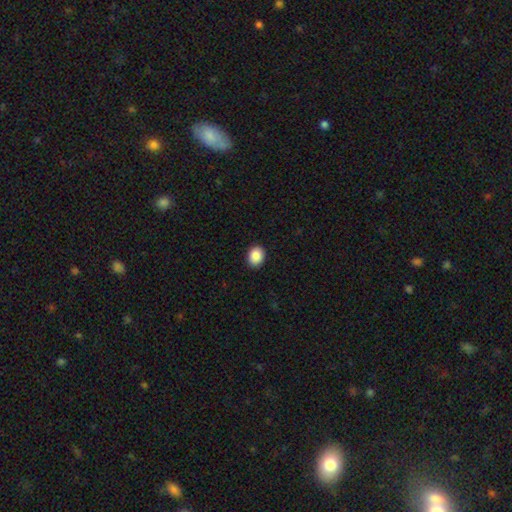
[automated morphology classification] smooth 89%, star or artifact 8%, featured or disk 3%. Down the decision tree: how rounded — in between (55%); merging — none (91%).